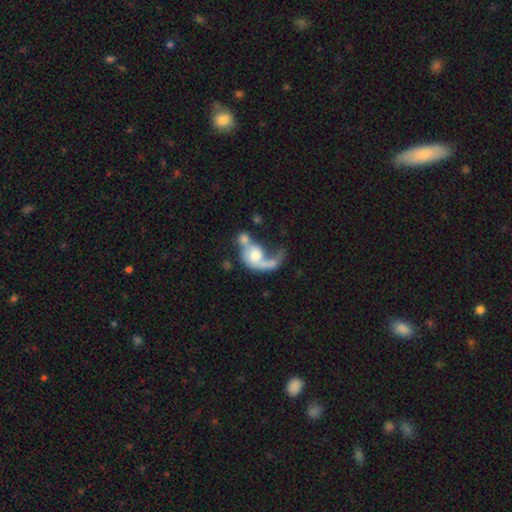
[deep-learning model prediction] smooth_or_featured: featured or disk (p=0.56) [alt: smooth p=0.36]
disk_edge_on: no (p=0.96) [alt: yes p=0.04]
bar: no (p=0.77) [alt: weak p=0.18]
has_spiral_arms: yes (p=0.69) [alt: no p=0.31]
bulge_size: moderate (p=0.45) [alt: large p=0.26]
merging: merger (p=0.41) [alt: major disturbance p=0.34]